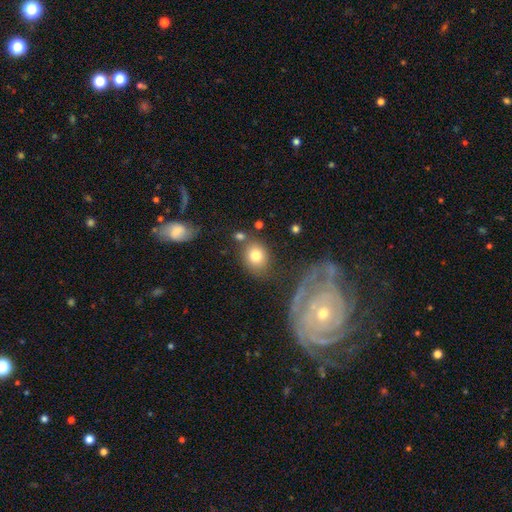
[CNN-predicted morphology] The model was most divided on "how rounded": round: 56%, in between: 42%, cigar-shaped: 1%. More confident: smooth or featured — smooth (78%); merging — none (68%).